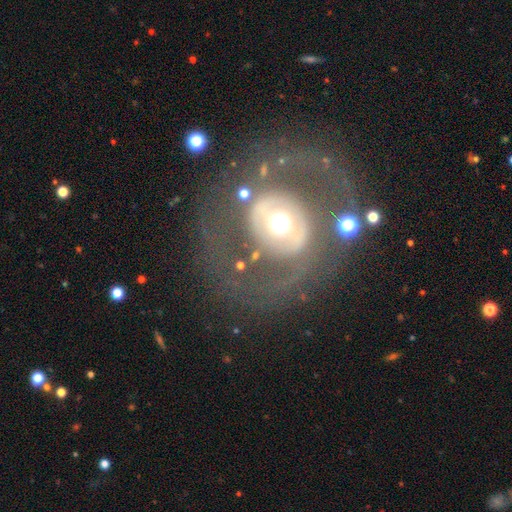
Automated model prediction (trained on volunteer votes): The model was most divided on "bulge size": moderate: 52%, large: 31%, dominant: 9%, small: 7%, none: 1%. More confident: edge-on disk — no (94%); bar — no (70%); merging — none (65%); smooth or featured — featured or disk (64%); spiral arms — no (63%).